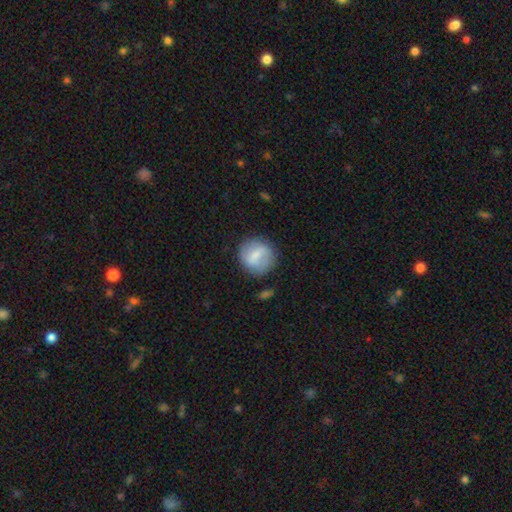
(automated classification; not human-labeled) smooth_or_featured: smooth (p=0.61) [alt: featured or disk p=0.32]
how_rounded: round (p=0.88) [alt: in between p=0.10]
merging: none (p=0.75) [alt: minor disturbance p=0.17]